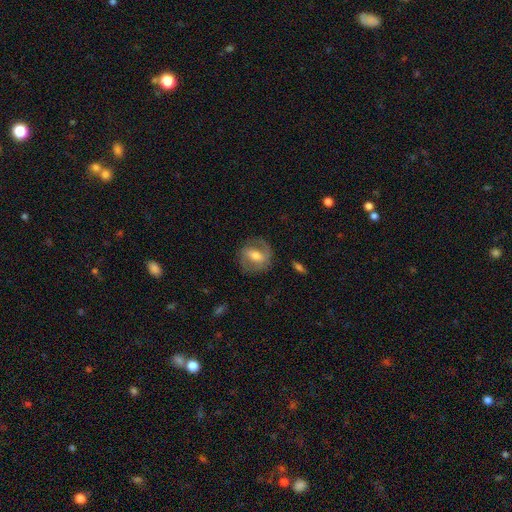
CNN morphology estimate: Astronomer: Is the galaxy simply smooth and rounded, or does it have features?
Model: featured or disk — 60%.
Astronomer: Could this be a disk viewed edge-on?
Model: no — 94%.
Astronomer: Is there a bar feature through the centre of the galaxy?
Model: weak — 42% (runner-up: strong, 37%).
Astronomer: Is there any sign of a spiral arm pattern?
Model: yes — 73%.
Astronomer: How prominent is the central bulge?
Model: moderate — 63%.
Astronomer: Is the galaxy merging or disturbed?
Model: none — 75%.